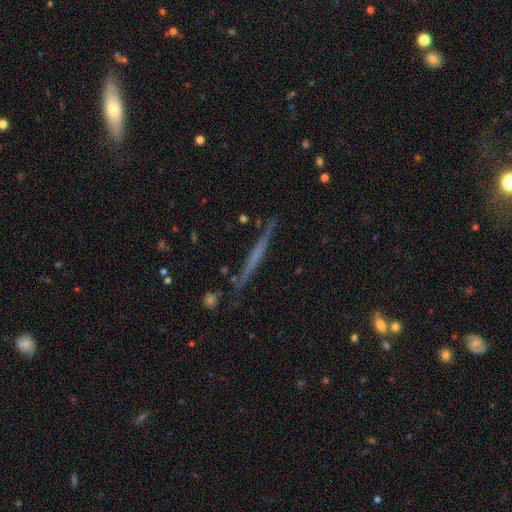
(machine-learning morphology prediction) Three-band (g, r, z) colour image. It shows a featured or disk galaxy (57%) viewed edge-on (97%) with no central bulge (81%). Merging: none (87%).